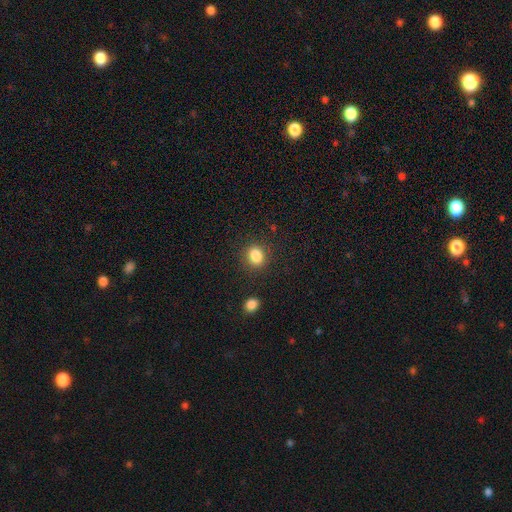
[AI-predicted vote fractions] A smooth galaxy with no disk features (86%) that is round (58%).

Vote fractions:
- Smooth or featured? smooth: 86% / star or artifact: 10% / featured or disk: 4%
- How rounded? round: 58% / in between: 41% / cigar-shaped: 1%
- Merging? none: 86% / minor disturbance: 9% / major disturbance: 3% / merger: 2%